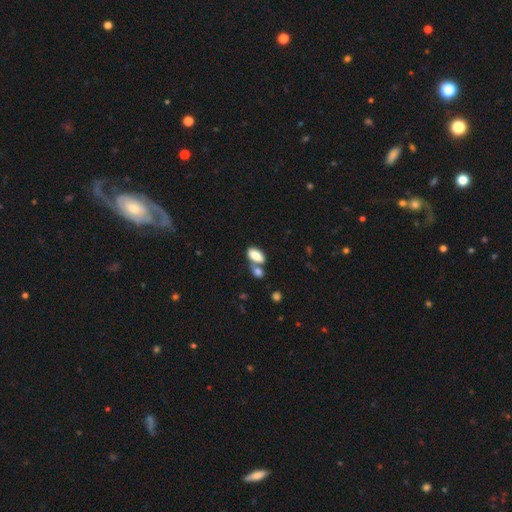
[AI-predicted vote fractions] smooth_or_featured: smooth (p=0.84) [alt: featured or disk p=0.09]
how_rounded: in between (p=0.92) [alt: round p=0.04]
merging: merger (p=0.43) [alt: none p=0.42]